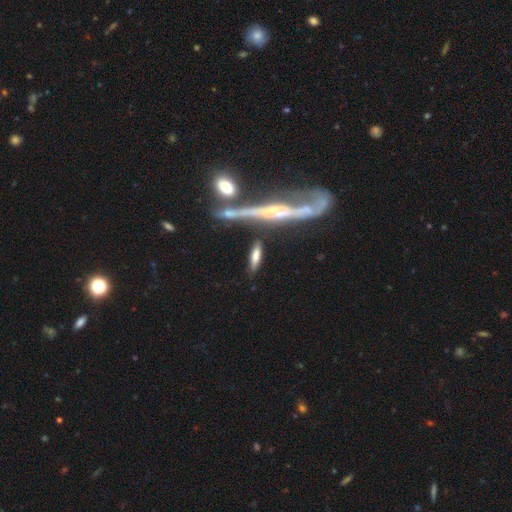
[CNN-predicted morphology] Smooth or featured?
  - smooth: 66% *
  - featured or disk: 27%
  - star or artifact: 7%
How rounded?
  - cigar-shaped: 52% *
  - in between: 45%
  - round: 3%
Merging?
  - none: 73% *
  - minor disturbance: 14%
  - merger: 8%
  - major disturbance: 5%